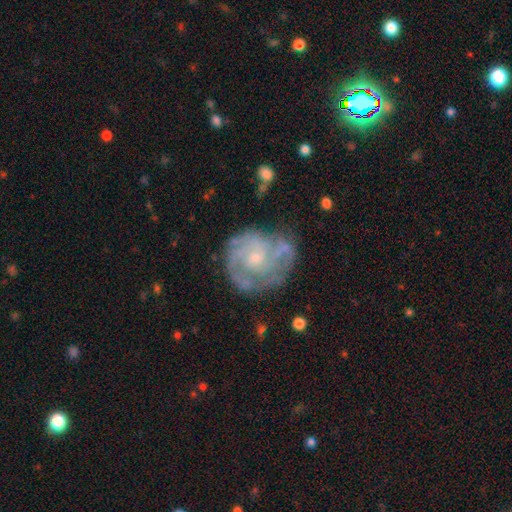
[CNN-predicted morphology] A featured or disk galaxy (81%) with no bar (73%), tight (58%) spiral arms (88%) and a small central bulge (58%). Merging: none (63%).